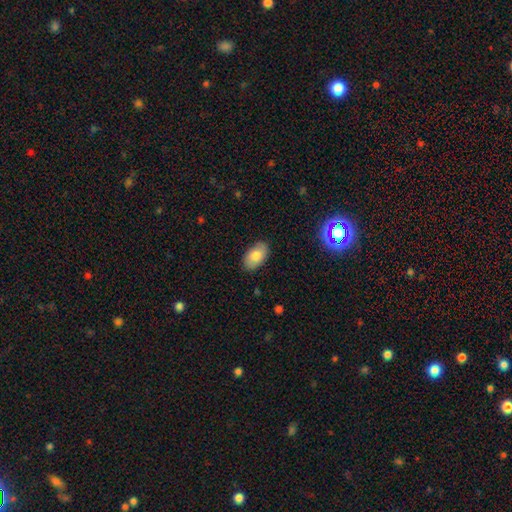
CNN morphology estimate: Overall: smooth (78%). How rounded: in between (93%). Merging: none (86%).